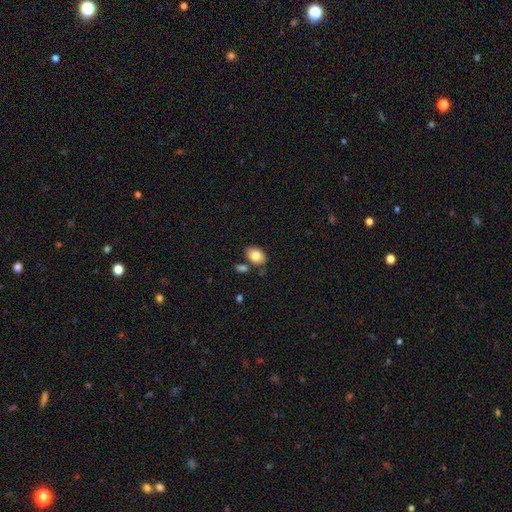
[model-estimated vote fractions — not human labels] smooth_or_featured: smooth (p=0.81) [alt: featured or disk p=0.11]
how_rounded: in between (p=0.80) [alt: round p=0.19]
merging: none (p=0.73) [alt: minor disturbance p=0.14]